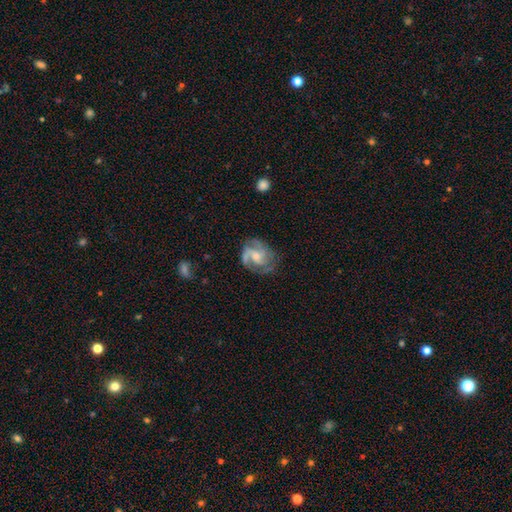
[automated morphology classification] A featured or disk galaxy (78%) with no bar (55%), 3 (37%) medium (49%) spiral arms (93%) and a small central bulge (52%). Merging: none (62%).